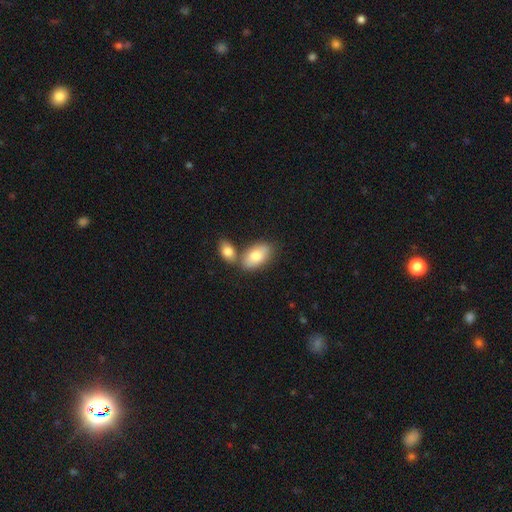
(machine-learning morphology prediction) The model was most divided on "merging": none: 50%, merger: 36%, minor disturbance: 11%, major disturbance: 3%. More confident: how rounded — in between (93%); smooth or featured — smooth (78%).